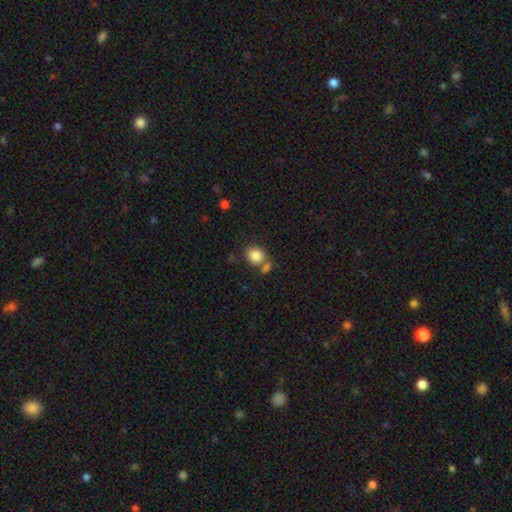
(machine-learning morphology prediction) A smooth galaxy with no disk features (84%) that is round (76%).

Vote fractions:
- Smooth or featured? smooth: 84% / star or artifact: 9% / featured or disk: 6%
- How rounded? round: 76% / in between: 23% / cigar-shaped: 1%
- Merging? none: 60% / merger: 25% / minor disturbance: 11% / major disturbance: 4%